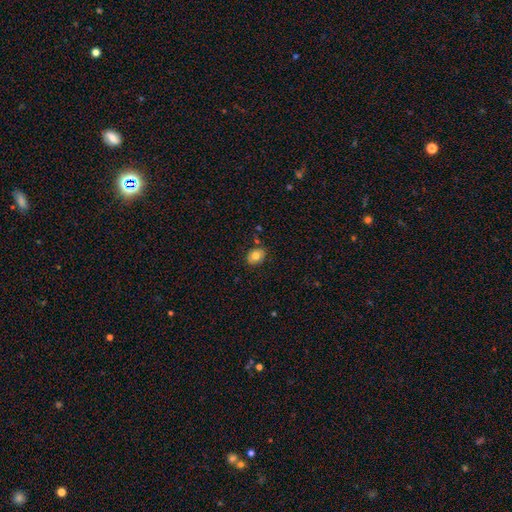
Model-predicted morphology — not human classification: Smooth or featured: smooth — 77% (featured or disk — 14%)
How rounded: in between — 61% (round — 38%)
Merging: none — 83% (minor disturbance — 12%)